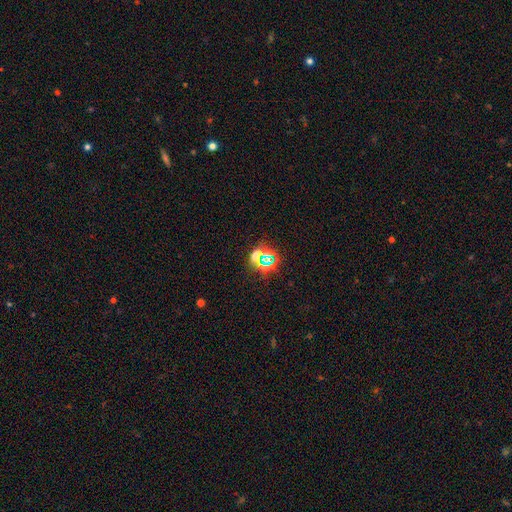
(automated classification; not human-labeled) Q: Smooth or featured?
A: star or artifact (62%); runner-up: smooth (27%)